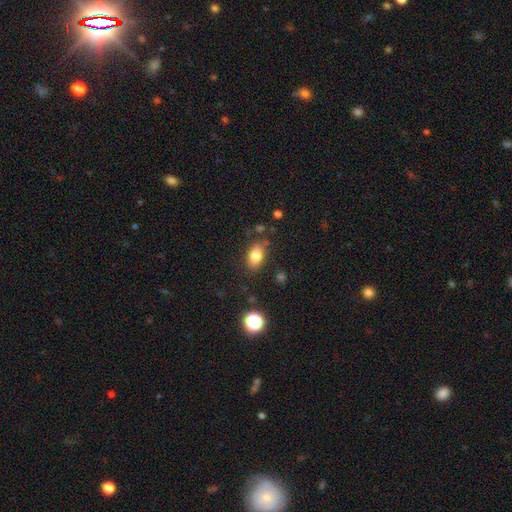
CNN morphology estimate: This appears to be a smooth galaxy with no disk features (81%) that is in between round and cigar-shaped (84%). Merging: none (79%).